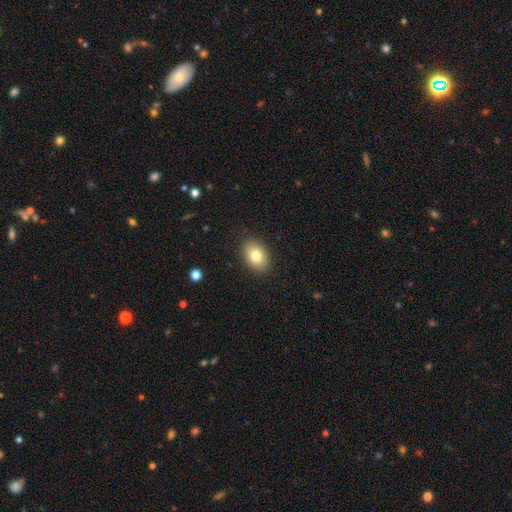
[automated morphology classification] smooth 81%, featured or disk 11%, star or artifact 8%. Down the decision tree: how rounded — in between (82%); merging — none (88%).